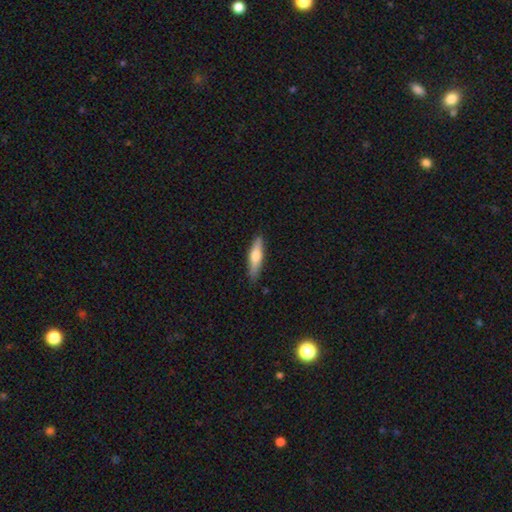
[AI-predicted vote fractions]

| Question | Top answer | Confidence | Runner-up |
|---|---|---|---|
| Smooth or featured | smooth | 60% | featured or disk (34%) |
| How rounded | cigar-shaped | 71% | in between (27%) |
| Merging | none | 86% | minor disturbance (11%) |